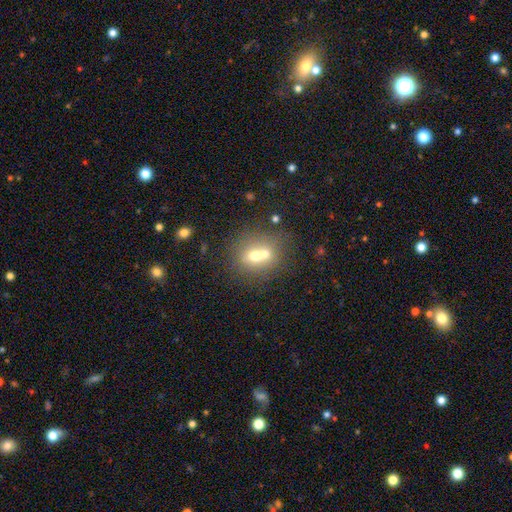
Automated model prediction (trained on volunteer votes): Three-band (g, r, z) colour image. It shows a smooth galaxy with no disk features (63%) that is round (75%). Merging: merger (53%).